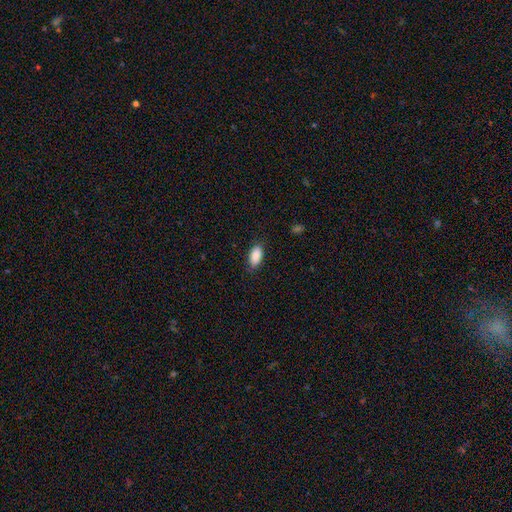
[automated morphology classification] Smooth or featured? smooth (89%)
How rounded? in between (92%)
Merging? none (82%)